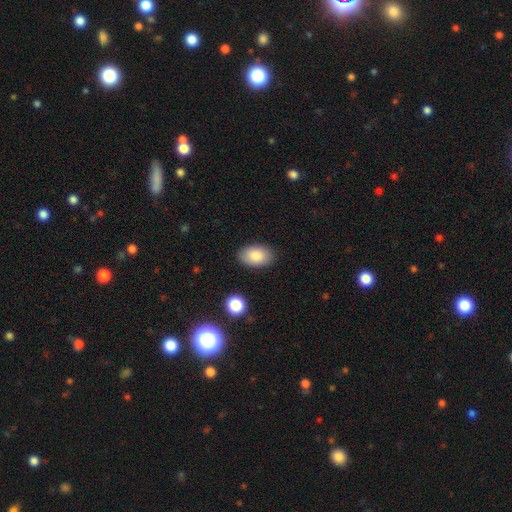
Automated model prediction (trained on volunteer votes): Smooth or featured?
  - smooth: 86% *
  - star or artifact: 7%
  - featured or disk: 7%
How rounded?
  - in between: 91% *
  - round: 7%
  - cigar-shaped: 1%
Merging?
  - none: 86% *
  - minor disturbance: 10%
  - major disturbance: 2%
  - merger: 1%